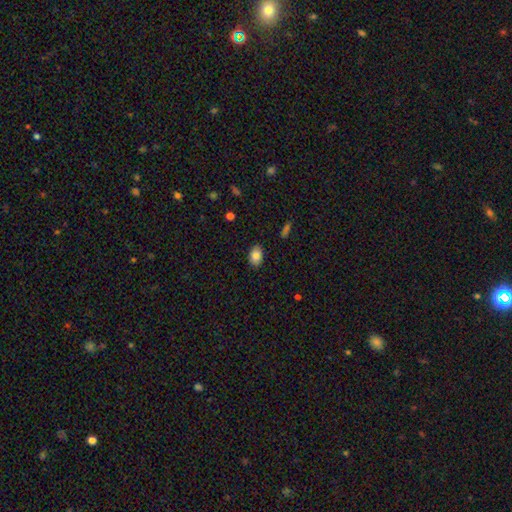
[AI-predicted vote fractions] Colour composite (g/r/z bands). It shows a smooth galaxy with no disk features (84%) that is in between round and cigar-shaped (88%). Merging: none (87%).